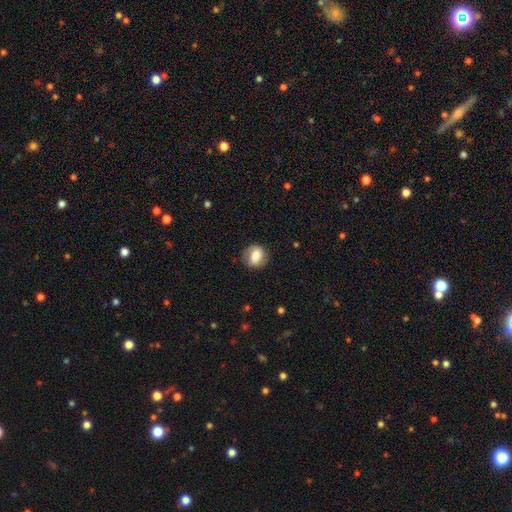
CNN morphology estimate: smooth_or_featured: smooth (p=0.57) [alt: featured or disk p=0.35]
how_rounded: round (p=0.62) [alt: in between p=0.36]
merging: none (p=0.75) [alt: minor disturbance p=0.17]